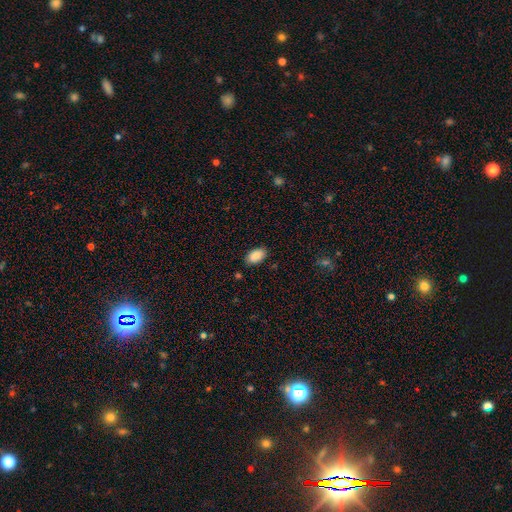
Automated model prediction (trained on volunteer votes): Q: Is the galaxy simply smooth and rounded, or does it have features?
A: smooth — 88%.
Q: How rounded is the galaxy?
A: in between — 94%.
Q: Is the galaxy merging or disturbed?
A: none — 87%.